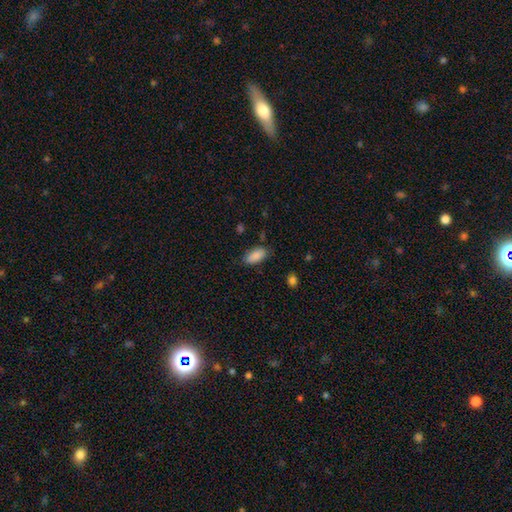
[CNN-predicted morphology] Smooth or featured?
  - smooth: 87% *
  - star or artifact: 7%
  - featured or disk: 6%
How rounded?
  - in between: 91% *
  - cigar-shaped: 7%
  - round: 2%
Merging?
  - none: 80% *
  - minor disturbance: 15%
  - major disturbance: 3%
  - merger: 2%